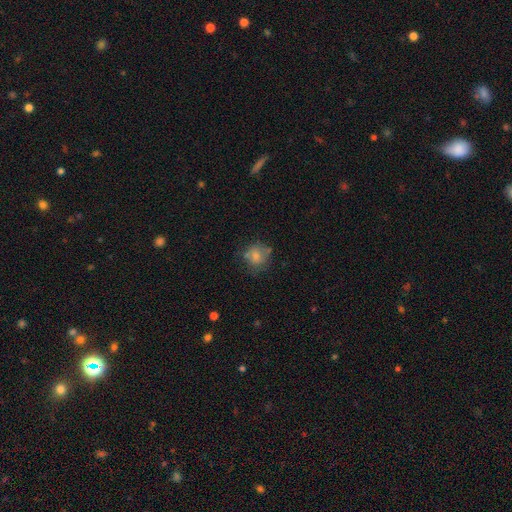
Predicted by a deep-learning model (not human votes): Smooth or featured? Predicted: smooth (p=0.71). How rounded? Predicted: round (p=0.76). Merging? Predicted: none (p=0.57).